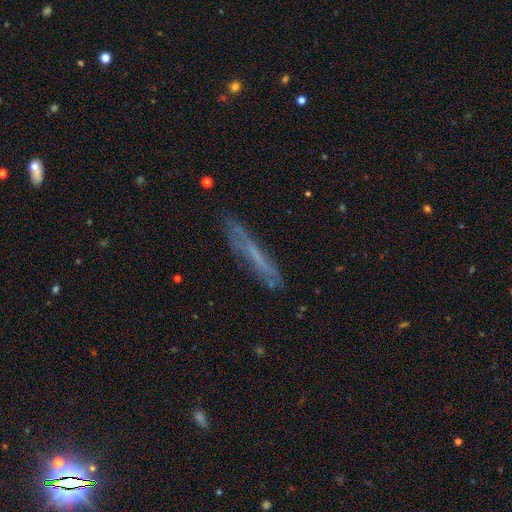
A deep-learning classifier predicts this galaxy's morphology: featured or disk 46%, smooth 43%, star or artifact 11%. Down the decision tree: merging — none (74%).